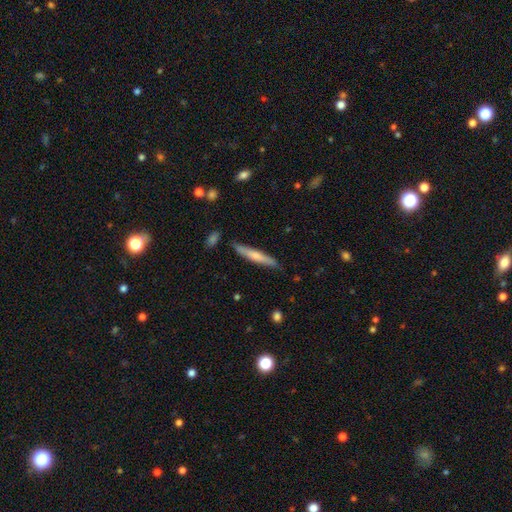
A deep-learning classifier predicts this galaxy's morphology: smooth 58%, featured or disk 37%, star or artifact 5%. Down the decision tree: how rounded — cigar-shaped (93%); merging — none (84%).